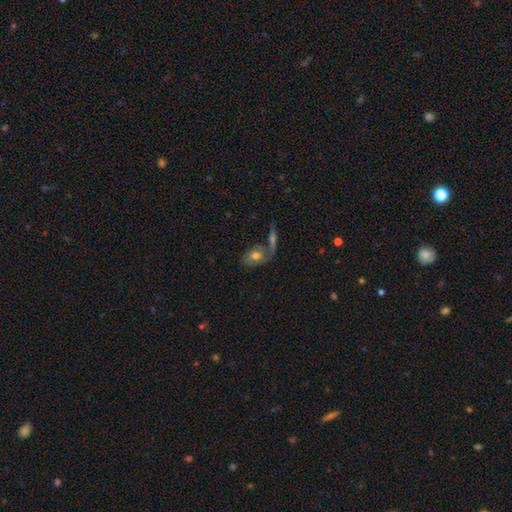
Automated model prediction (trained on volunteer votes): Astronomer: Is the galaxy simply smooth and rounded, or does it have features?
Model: smooth — 44% (runner-up: featured or disk, 42%).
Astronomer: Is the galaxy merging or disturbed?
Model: none — 46% (runner-up: merger, 34%).